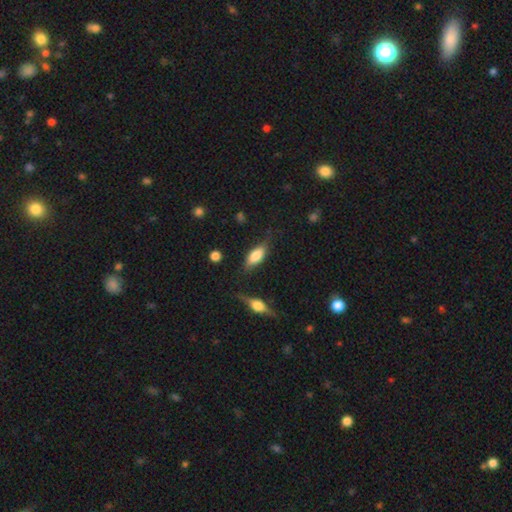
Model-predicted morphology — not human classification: Smooth or featured? Predicted: smooth (p=0.75). How rounded? Predicted: in between (p=0.78). Merging? Predicted: none (p=0.72).